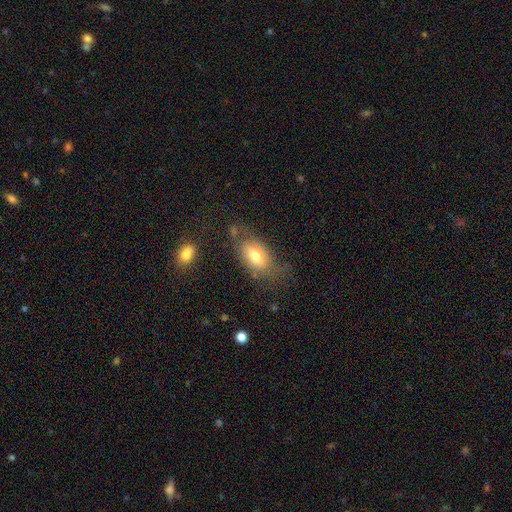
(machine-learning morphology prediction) The model was most divided on "merging": none: 53%, minor disturbance: 26%, major disturbance: 15%, merger: 6%. More confident: how rounded — in between (87%); smooth or featured — smooth (69%).